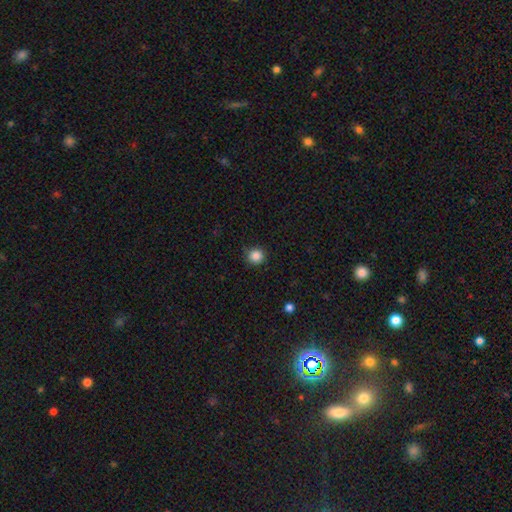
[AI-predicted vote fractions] A smooth galaxy with no disk features (86%) that is round (93%). Merging: none (87%).